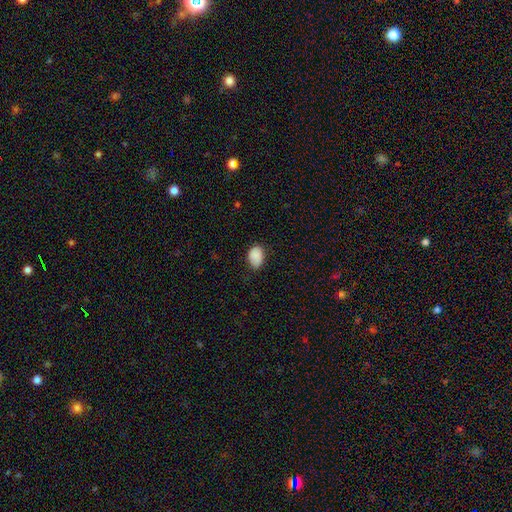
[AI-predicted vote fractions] The model was most divided on "merging": none: 68%, minor disturbance: 26%, major disturbance: 5%, merger: 1%. More confident: smooth or featured — smooth (88%); how rounded — in between (80%).